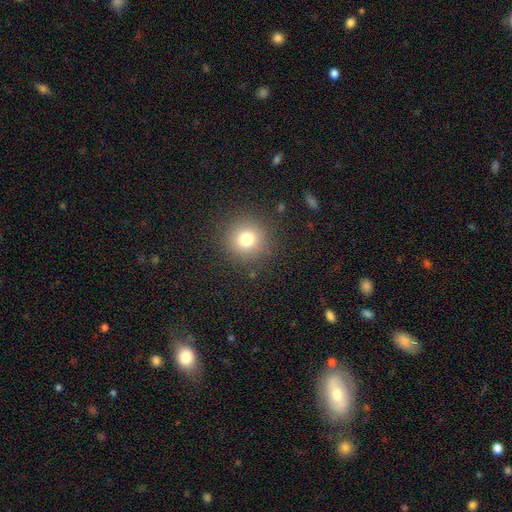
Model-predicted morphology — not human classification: Overall: smooth (63%; star or artifact 29%). How rounded: round (94%). Merging: none (91%).